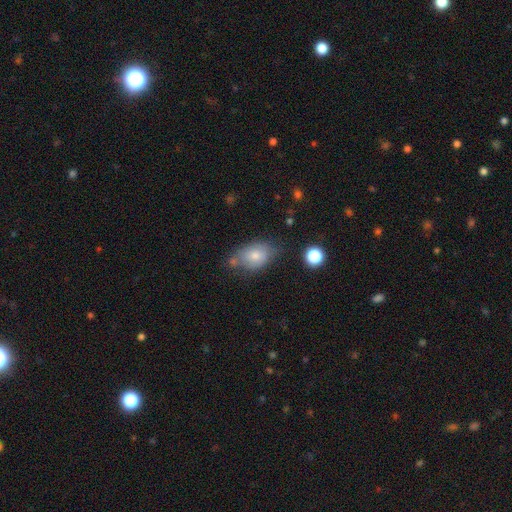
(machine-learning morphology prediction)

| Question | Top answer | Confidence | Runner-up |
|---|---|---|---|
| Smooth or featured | smooth | 70% | featured or disk (20%) |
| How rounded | in between | 80% | round (19%) |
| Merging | none | 55% | minor disturbance (27%) |